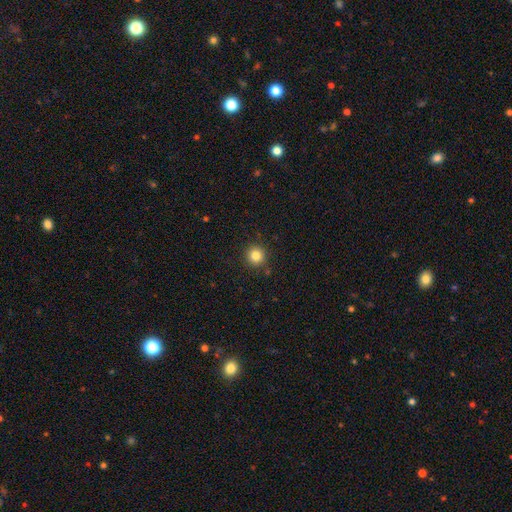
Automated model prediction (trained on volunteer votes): The model was most divided on "smooth or featured": smooth: 83%, star or artifact: 11%, featured or disk: 5%. More confident: how rounded — round (95%); merging — none (90%).